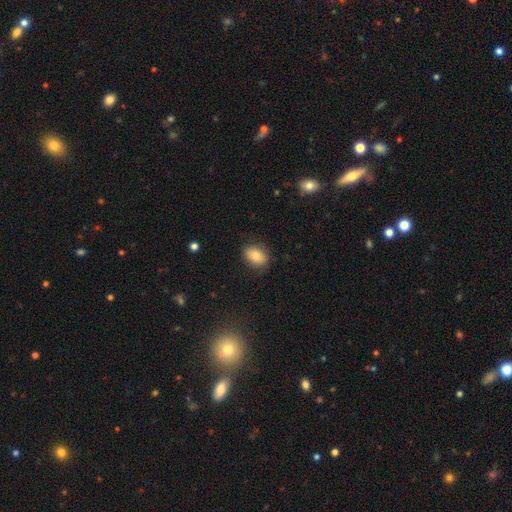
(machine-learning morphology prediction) smooth_or_featured: smooth (p=0.81) [alt: featured or disk p=0.11]
how_rounded: in between (p=0.77) [alt: round p=0.22]
merging: none (p=0.85) [alt: minor disturbance p=0.11]